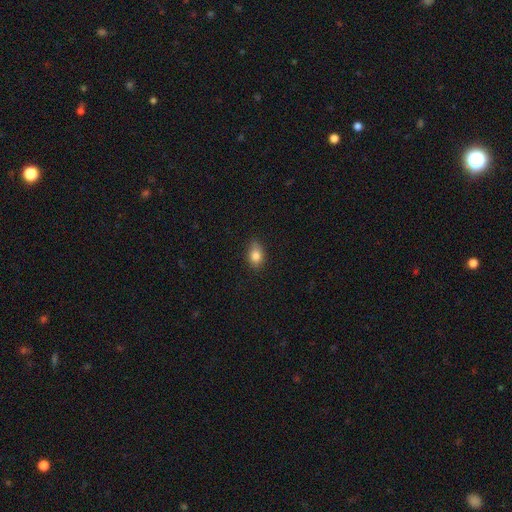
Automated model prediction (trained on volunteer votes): smooth-or-featured: smooth: 83% | star or artifact: 9% | featured or disk: 8%
  how-rounded: in between: 76% | round: 22% | cigar-shaped: 2%
  merging: none: 77% | minor disturbance: 19% | major disturbance: 3% | merger: 1%